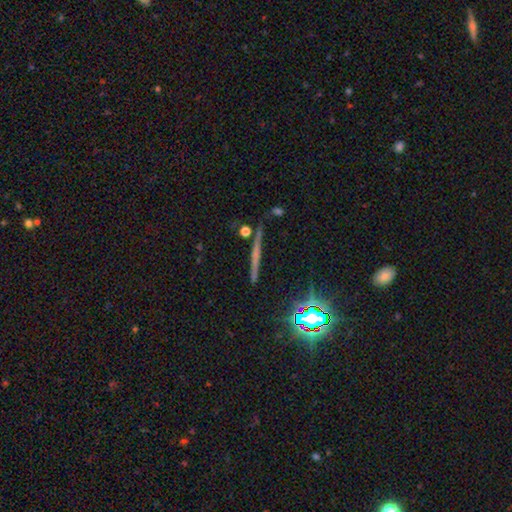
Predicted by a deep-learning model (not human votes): Q: Smooth or featured?
A: featured or disk (47%); runner-up: smooth (30%)
Q: Merging?
A: none (85%); runner-up: minor disturbance (9%)